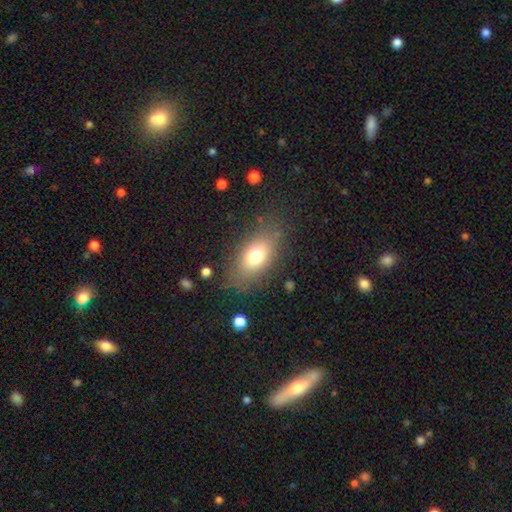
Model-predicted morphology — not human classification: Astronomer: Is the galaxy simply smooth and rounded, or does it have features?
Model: smooth — 72%.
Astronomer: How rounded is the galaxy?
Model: in between — 83%.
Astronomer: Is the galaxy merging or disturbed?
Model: none — 77%.